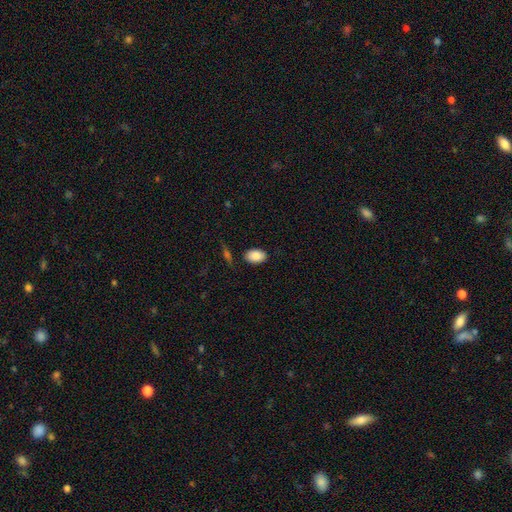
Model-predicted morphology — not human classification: The model was most divided on "merging": none: 84%, minor disturbance: 11%, major disturbance: 3%, merger: 3%. More confident: how rounded — in between (91%); smooth or featured — smooth (88%).